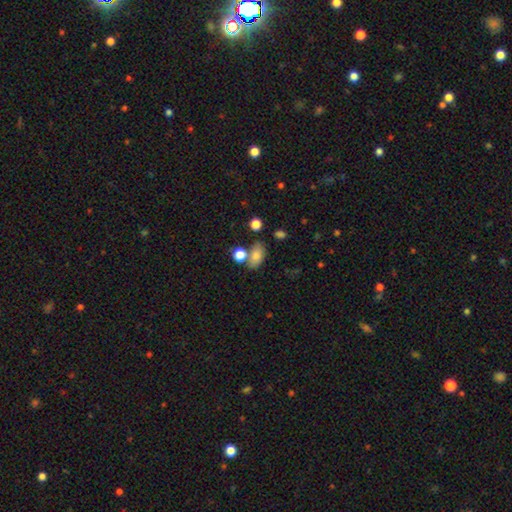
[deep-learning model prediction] Smooth or featured: smooth — 78% (featured or disk — 11%)
How rounded: in between — 83% (round — 14%)
Merging: none — 55% (merger — 24%)